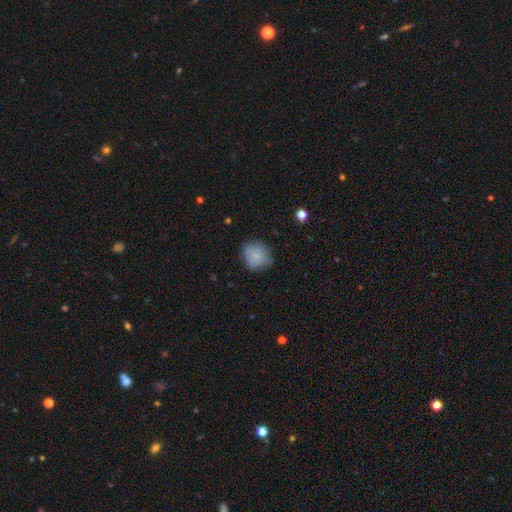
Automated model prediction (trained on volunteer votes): The model was most divided on "merging": none: 75%, minor disturbance: 19%, major disturbance: 5%, merger: 1%. More confident: smooth or featured — smooth (82%); how rounded — round (82%).